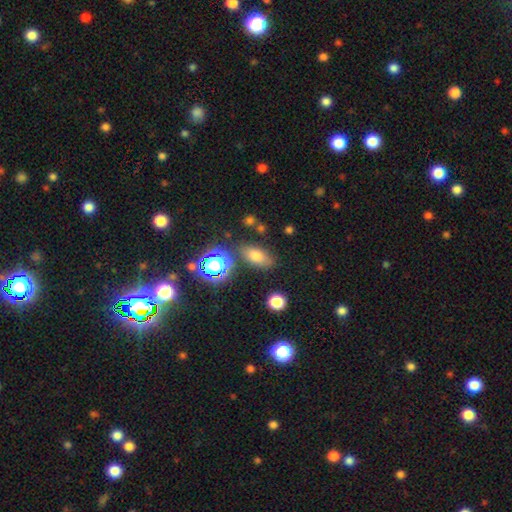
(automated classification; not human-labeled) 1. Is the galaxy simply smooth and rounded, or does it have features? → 70% smooth, 18% star or artifact, 13% featured or disk.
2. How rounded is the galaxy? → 81% in between, 10% round, 9% cigar-shaped.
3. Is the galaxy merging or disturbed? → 78% none, 12% minor disturbance, 6% merger, 4% major disturbance.